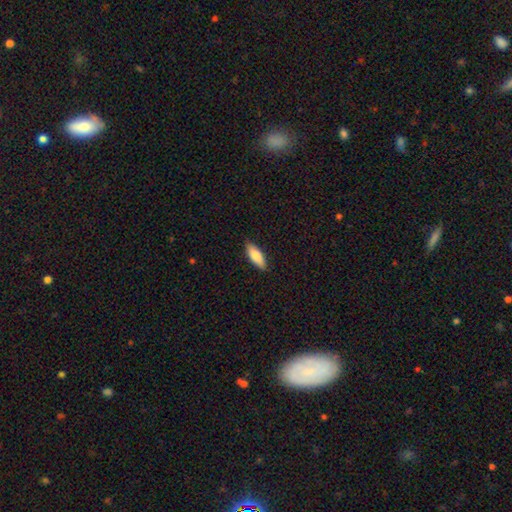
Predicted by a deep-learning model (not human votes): Q: Smooth or featured?
A: smooth (84%); runner-up: featured or disk (11%)
Q: How rounded?
A: in between (66%); runner-up: cigar-shaped (32%)
Q: Merging?
A: none (87%); runner-up: minor disturbance (10%)